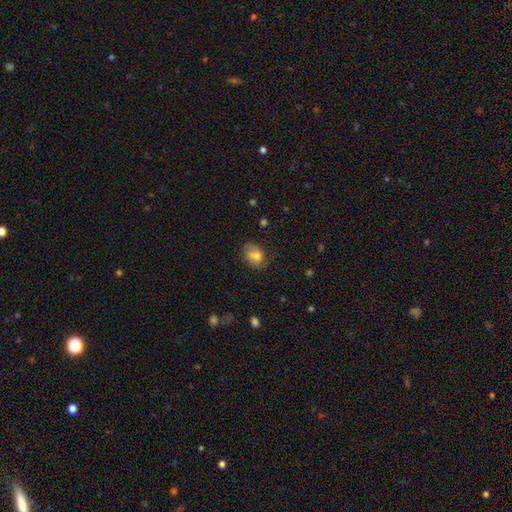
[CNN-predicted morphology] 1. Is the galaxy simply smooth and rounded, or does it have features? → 66% smooth, 24% featured or disk, 10% star or artifact.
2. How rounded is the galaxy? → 61% in between, 38% round, 1% cigar-shaped.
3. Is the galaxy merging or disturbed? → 64% none, 25% minor disturbance, 8% major disturbance, 3% merger.